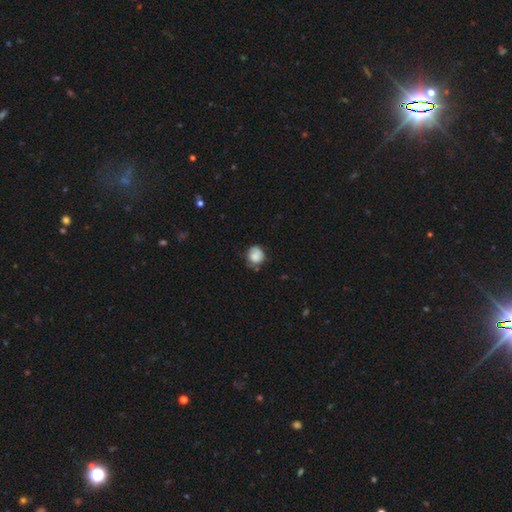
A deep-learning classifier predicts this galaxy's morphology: Overall: smooth (79%). How rounded: round (78%). Merging: none (56%; minor disturbance 32%).